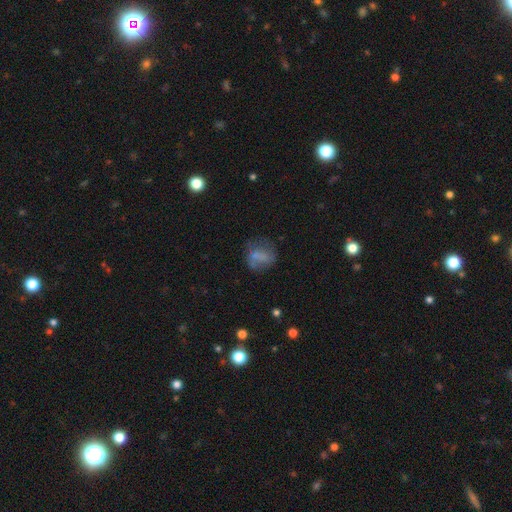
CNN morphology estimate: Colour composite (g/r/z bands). It shows a smooth galaxy with no disk features (48%). Merging: none (59%).